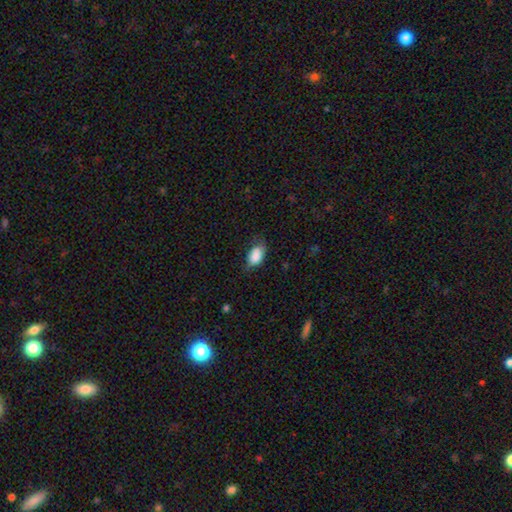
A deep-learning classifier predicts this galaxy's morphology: smooth_or_featured: smooth (p=0.85) [alt: featured or disk p=0.08]
how_rounded: in between (p=0.91) [alt: round p=0.07]
merging: none (p=0.60) [alt: minor disturbance p=0.30]